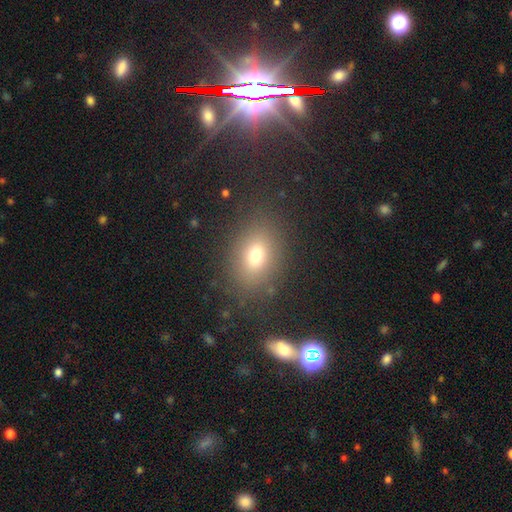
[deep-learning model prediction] A smooth galaxy with no disk features (72%) that is in between round and cigar-shaped (71%). Merging: none (82%).